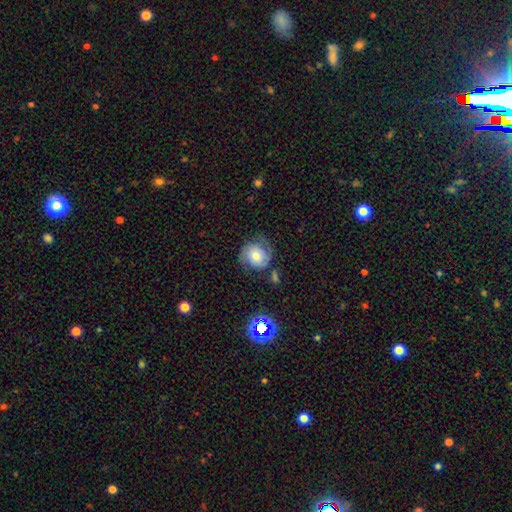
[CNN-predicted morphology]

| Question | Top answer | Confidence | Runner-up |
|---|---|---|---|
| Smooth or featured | featured or disk | 65% | smooth (26%) |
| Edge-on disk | no | 98% | yes (2%) |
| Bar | no | 76% | weak (19%) |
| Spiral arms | yes | 91% | no (9%) |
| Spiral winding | medium | 41% | tight (40%) |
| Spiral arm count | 2 | 85% | can't tell (7%) |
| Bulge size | moderate | 58% | small (31%) |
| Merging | none | 64% | minor disturbance (20%) |